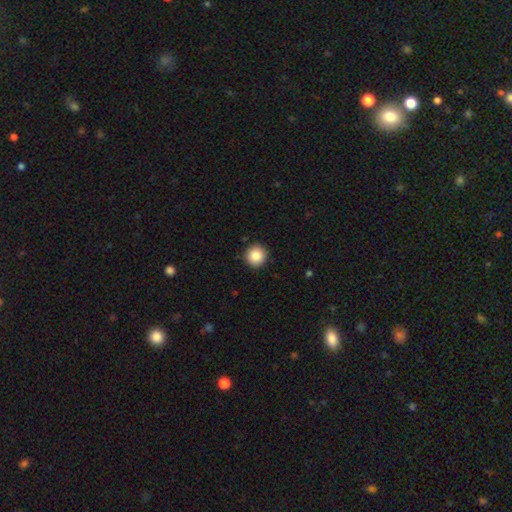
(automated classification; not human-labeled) Smooth or featured?
  - smooth: 86% *
  - star or artifact: 9%
  - featured or disk: 5%
How rounded?
  - round: 96% *
  - in between: 4%
  - cigar-shaped: 1%
Merging?
  - none: 92% *
  - minor disturbance: 5%
  - major disturbance: 2%
  - merger: 1%